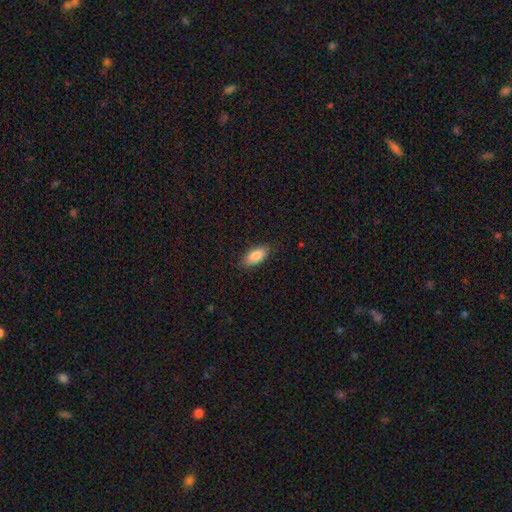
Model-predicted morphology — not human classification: Overall: smooth (84%). How rounded: in between (87%). Merging: none (85%).